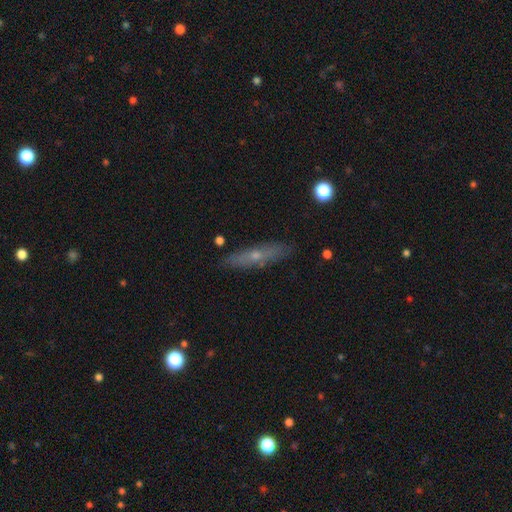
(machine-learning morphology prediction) Overall: featured or disk (52%; smooth 40%). Edge-on disk: yes (76%). Merging: none (85%).